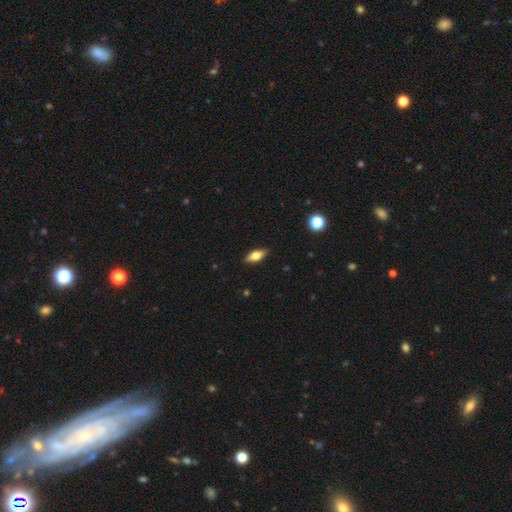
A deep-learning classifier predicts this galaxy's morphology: Smooth or featured: smooth — 66% (featured or disk — 27%)
How rounded: in between — 75% (cigar-shaped — 22%)
Merging: none — 89% (minor disturbance — 8%)